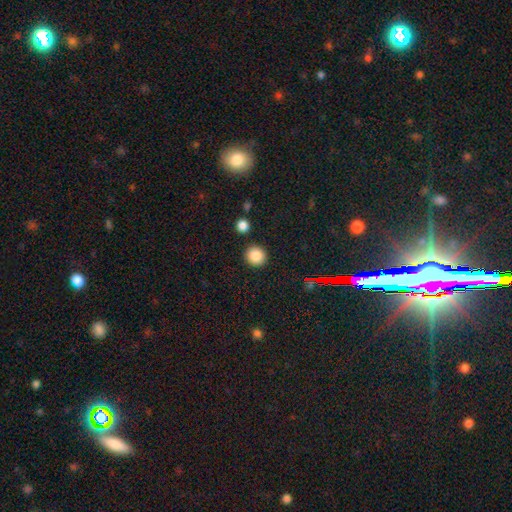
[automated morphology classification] A smooth galaxy with no disk features (85%) that is round (93%).

Vote fractions:
- Smooth or featured? smooth: 85% / star or artifact: 10% / featured or disk: 5%
- How rounded? round: 93% / in between: 6% / cigar-shaped: 1%
- Merging? none: 89% / minor disturbance: 6% / merger: 3% / major disturbance: 2%